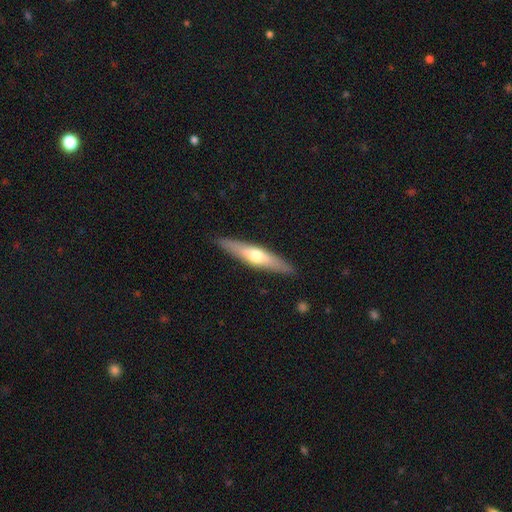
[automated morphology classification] featured or disk 51%, smooth 44%, star or artifact 5%. Down the decision tree: edge-on disk — yes (88%); merging — none (89%).